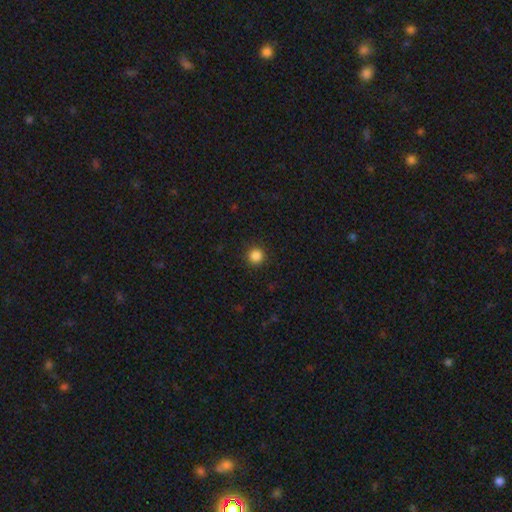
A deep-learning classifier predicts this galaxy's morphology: type=smooth (86%); roundness=round (95%); merging=none (92%).